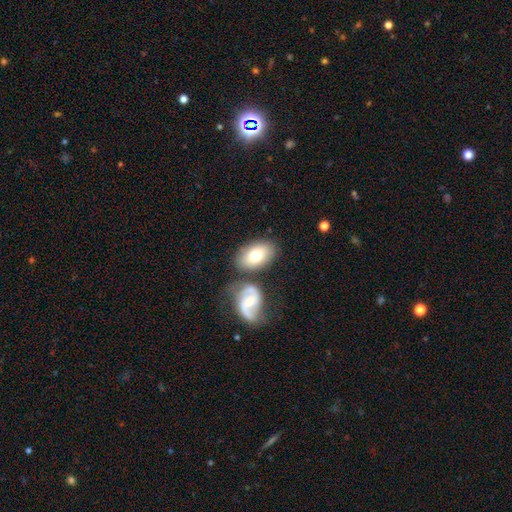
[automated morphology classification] Overall: smooth (71%). How rounded: in between (90%). Merging: none (65%).